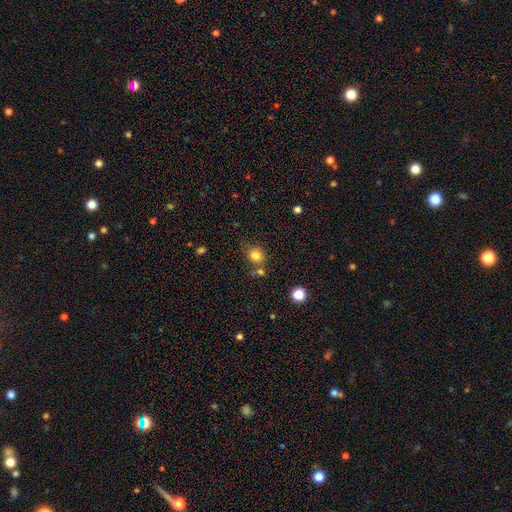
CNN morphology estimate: Smooth or featured? Predicted: smooth (p=0.81). How rounded? Predicted: round (p=0.76). Merging? Predicted: none (p=0.63).